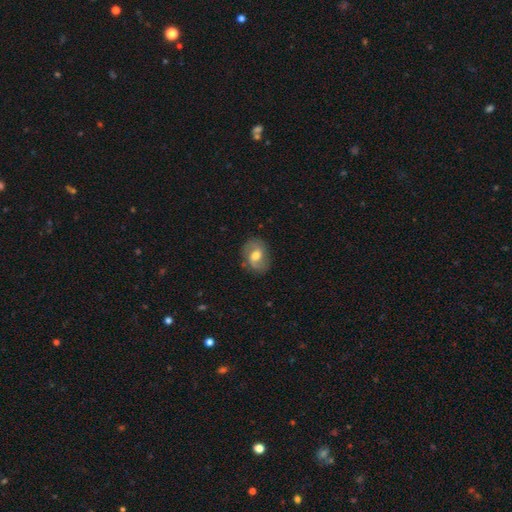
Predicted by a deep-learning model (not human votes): Q: Smooth or featured?
A: featured or disk (59%); runner-up: smooth (33%)
Q: Edge-on disk?
A: no (96%); runner-up: yes (4%)
Q: Bar?
A: weak (45%); runner-up: no (42%)
Q: Spiral arms?
A: yes (82%); runner-up: no (18%)
Q: Bulge size?
A: moderate (70%); runner-up: large (15%)
Q: Merging?
A: none (77%); runner-up: minor disturbance (17%)